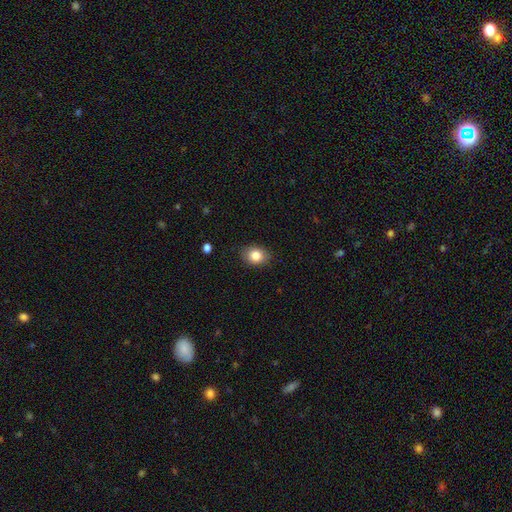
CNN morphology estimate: The model was most divided on "how rounded": in between: 63%, round: 36%, cigar-shaped: 1%. More confident: merging — none (85%); smooth or featured — smooth (83%).